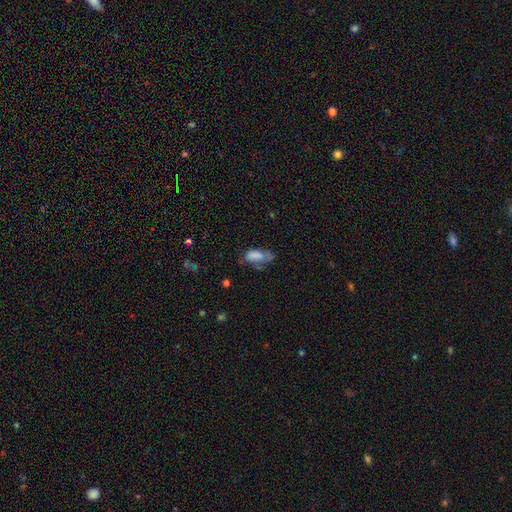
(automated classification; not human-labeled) smooth-or-featured: smooth: 73% | featured or disk: 17% | star or artifact: 10%
  how-rounded: in between: 87% | cigar-shaped: 9% | round: 4%
  merging: none: 35% | minor disturbance: 32% | major disturbance: 27% | merger: 6%